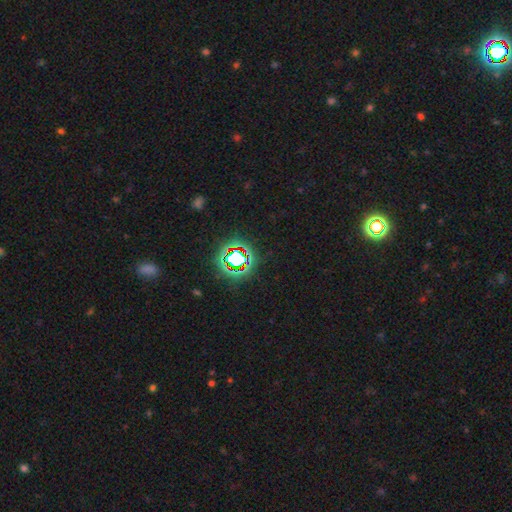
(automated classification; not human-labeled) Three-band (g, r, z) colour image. It shows a star or artifact, not a galaxy (76%).